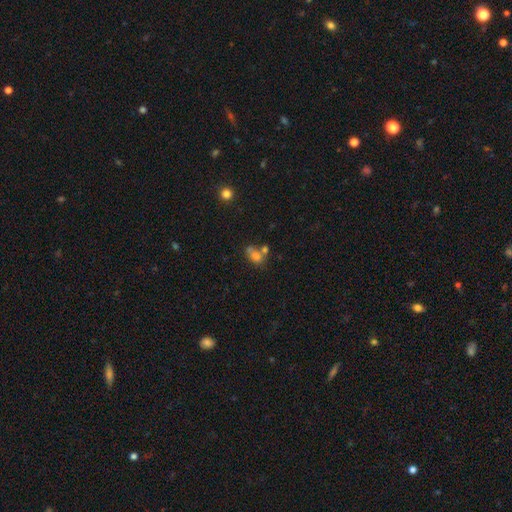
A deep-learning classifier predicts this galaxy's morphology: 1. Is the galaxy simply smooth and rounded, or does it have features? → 72% smooth, 16% featured or disk, 13% star or artifact.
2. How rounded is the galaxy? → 76% in between, 21% round, 3% cigar-shaped.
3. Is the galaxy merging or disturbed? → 39% merger, 37% none, 15% minor disturbance, 8% major disturbance.